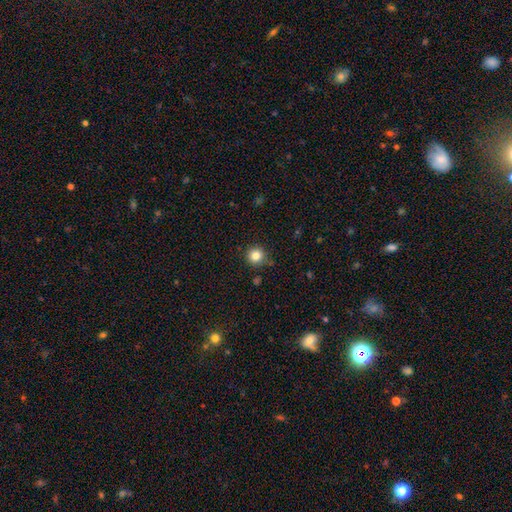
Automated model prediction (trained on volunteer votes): Smooth or featured: smooth — 83% (star or artifact — 12%)
How rounded: round — 95% (in between — 4%)
Merging: none — 85% (minor disturbance — 10%)